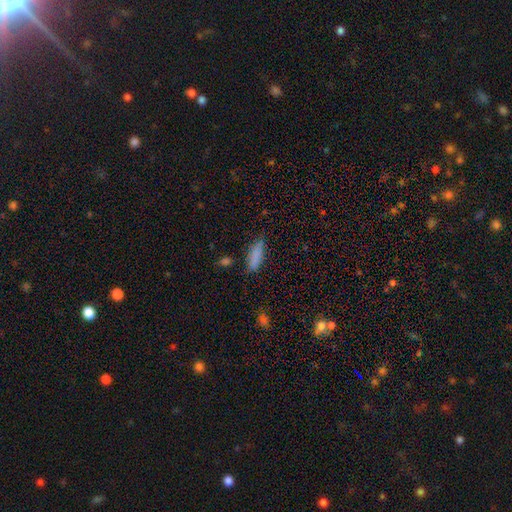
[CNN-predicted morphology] This is clearly a smooth galaxy (82%). How rounded: possibly in between (52%). Merging: likely none (74%).